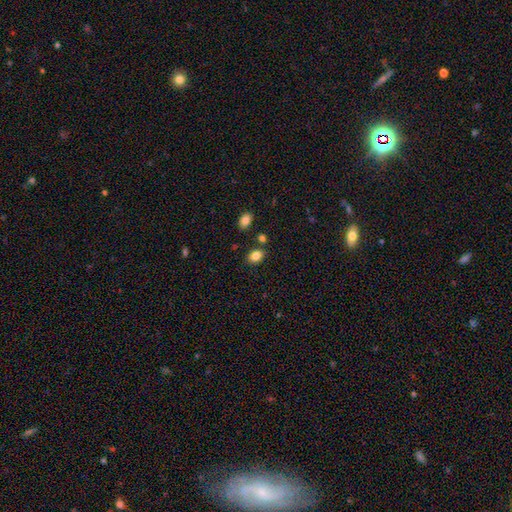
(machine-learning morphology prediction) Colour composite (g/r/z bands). It shows a smooth galaxy with no disk features (85%) that is in between round and cigar-shaped (72%). Merging: none (81%).